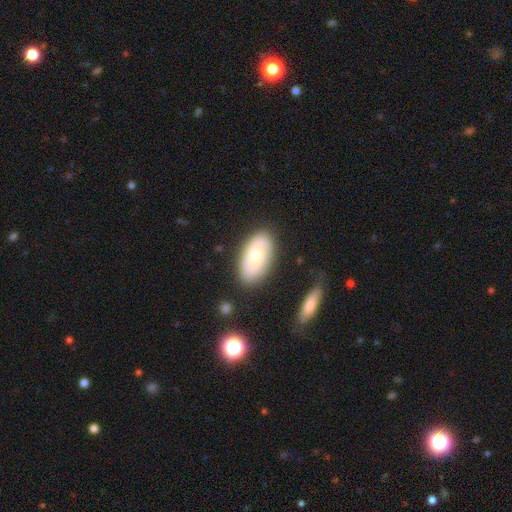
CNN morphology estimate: A smooth galaxy with no disk features (48%).

Vote fractions:
- Smooth or featured? smooth: 48% / featured or disk: 46% / star or artifact: 6%
- Merging? none: 78% / minor disturbance: 15% / major disturbance: 4% / merger: 3%